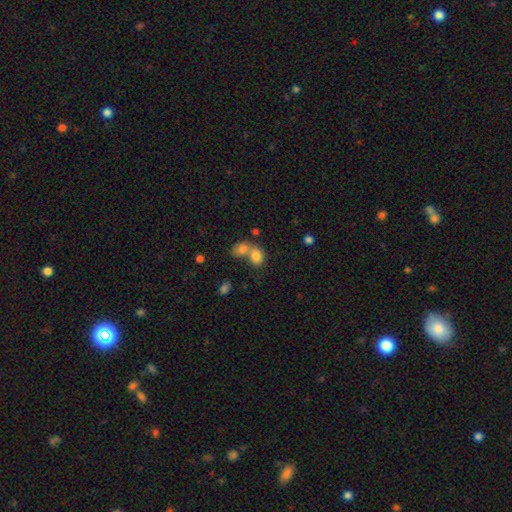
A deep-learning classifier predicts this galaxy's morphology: type=smooth (80%); roundness=in between (58%); merging=merger (61%).